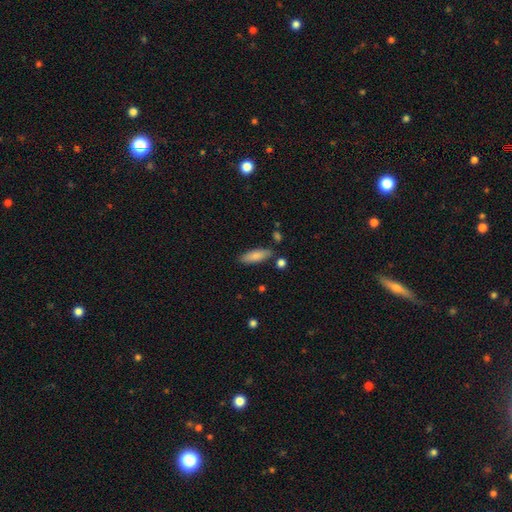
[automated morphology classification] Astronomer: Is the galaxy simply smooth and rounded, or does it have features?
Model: smooth — 83%.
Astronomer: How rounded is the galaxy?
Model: in between — 52% (runner-up: cigar-shaped, 46%).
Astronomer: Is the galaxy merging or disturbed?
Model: none — 81%.